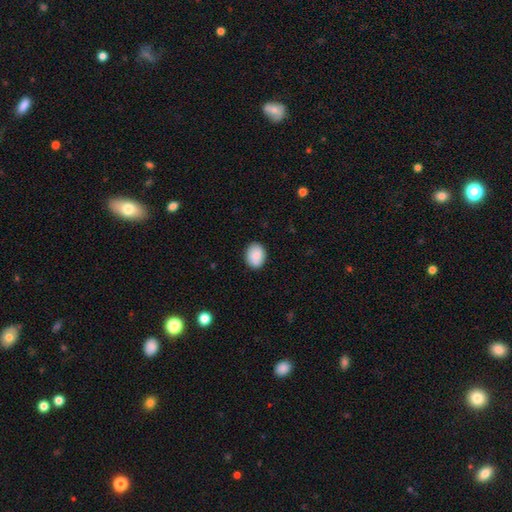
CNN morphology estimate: smooth 82%, featured or disk 11%, star or artifact 7%. Down the decision tree: how rounded — in between (56%); merging — none (85%).